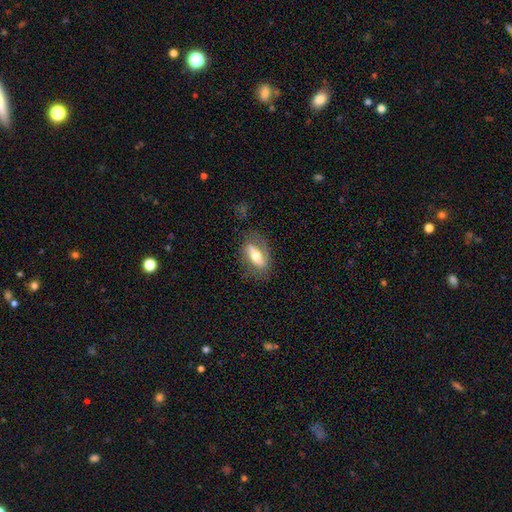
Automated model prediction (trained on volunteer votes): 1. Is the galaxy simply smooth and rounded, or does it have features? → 52% featured or disk, 41% smooth, 7% star or artifact.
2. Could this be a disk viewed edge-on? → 75% no, 25% yes.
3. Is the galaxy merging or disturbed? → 67% none, 21% minor disturbance, 10% major disturbance, 2% merger.